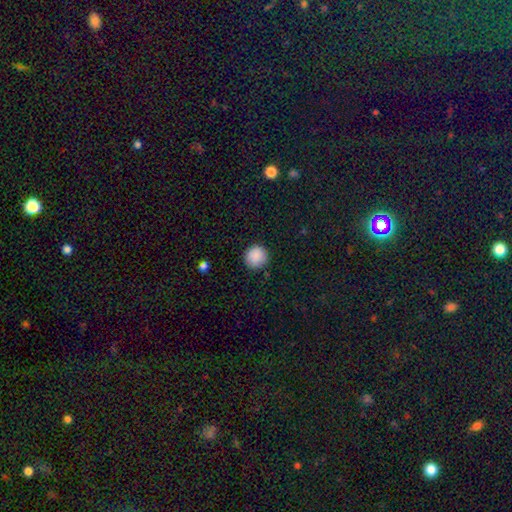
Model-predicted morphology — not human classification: smooth-or-featured: smooth: 89% | star or artifact: 8% | featured or disk: 3%
  how-rounded: round: 92% | in between: 7% | cigar-shaped: 1%
  merging: none: 90% | minor disturbance: 7% | major disturbance: 2% | merger: 1%